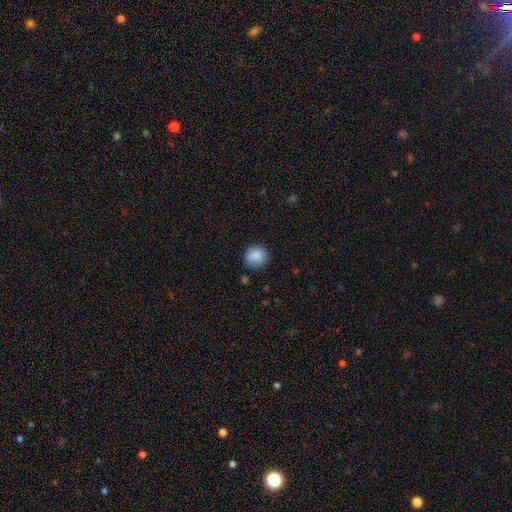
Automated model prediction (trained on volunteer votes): smooth-or-featured: smooth: 89% | star or artifact: 8% | featured or disk: 4%
  how-rounded: round: 90% | in between: 9% | cigar-shaped: 1%
  merging: none: 86% | minor disturbance: 10% | major disturbance: 3% | merger: 1%